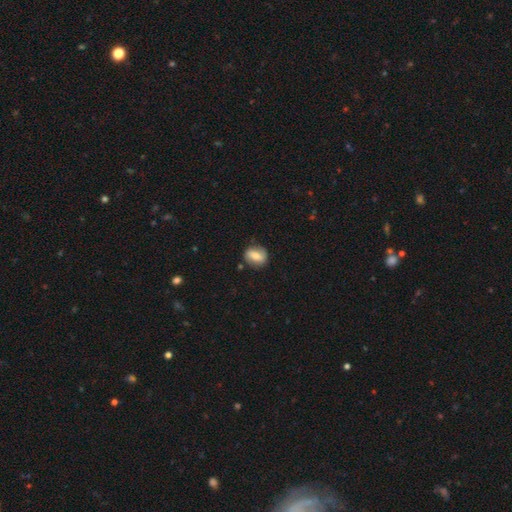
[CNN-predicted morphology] This appears to be a smooth galaxy with no disk features (60%) that is in between round and cigar-shaped (58%). Merging: none (77%).